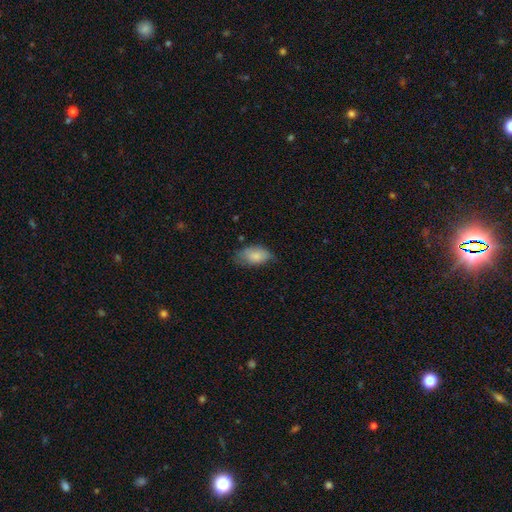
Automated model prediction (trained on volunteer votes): Morphology: type=smooth (82%); roundness=in between (92%); merging=none (55%).